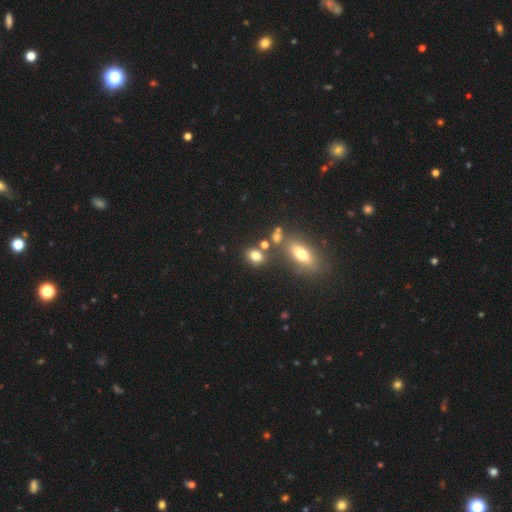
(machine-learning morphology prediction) Q: Smooth or featured?
A: smooth (77%); runner-up: star or artifact (14%)
Q: How rounded?
A: in between (58%); runner-up: round (39%)
Q: Merging?
A: none (63%); runner-up: merger (19%)